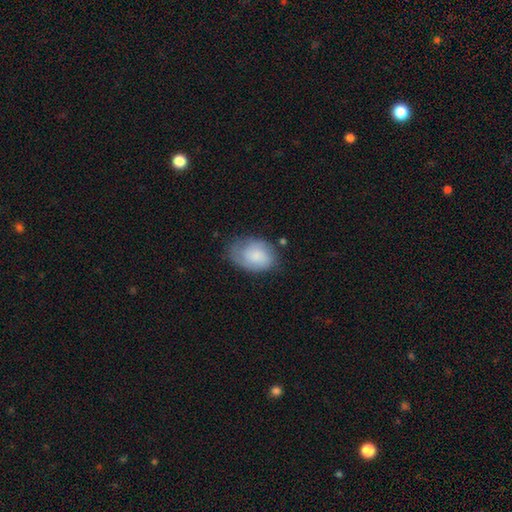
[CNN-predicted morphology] smooth-or-featured: smooth: 64% | featured or disk: 29% | star or artifact: 7%
  how-rounded: in between: 80% | round: 19% | cigar-shaped: 1%
  merging: none: 60% | minor disturbance: 28% | major disturbance: 10% | merger: 2%